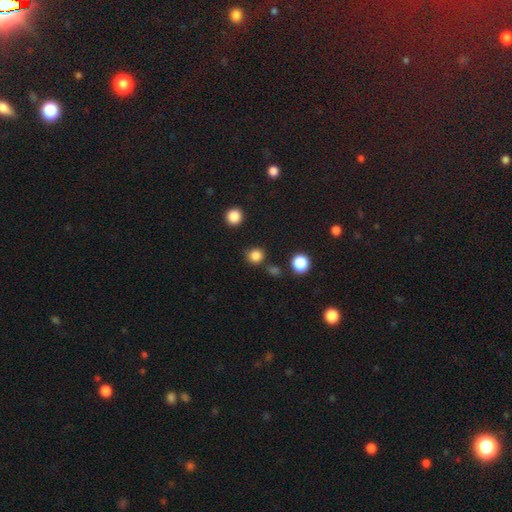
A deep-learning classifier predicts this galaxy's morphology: smooth_or_featured: smooth (p=0.83) [alt: star or artifact p=0.14]
how_rounded: round (p=0.89) [alt: in between p=0.10]
merging: none (p=0.81) [alt: minor disturbance p=0.09]